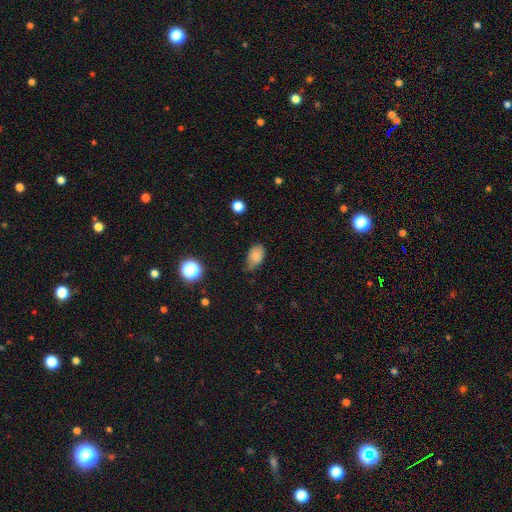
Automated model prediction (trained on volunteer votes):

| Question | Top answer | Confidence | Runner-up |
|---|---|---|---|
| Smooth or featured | smooth | 82% | star or artifact (10%) |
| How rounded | in between | 88% | round (11%) |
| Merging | none | 56% | minor disturbance (36%) |